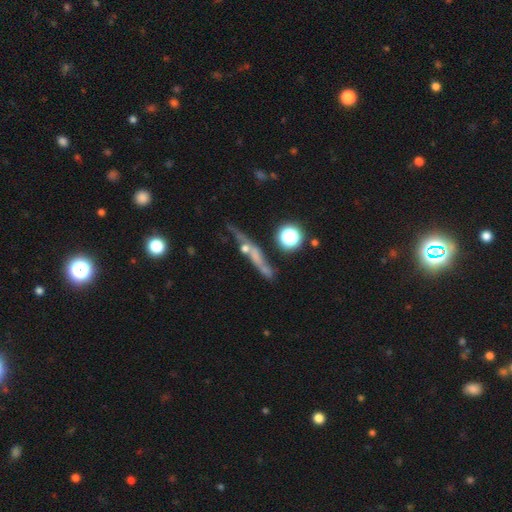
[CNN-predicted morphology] smooth_or_featured: featured or disk (p=0.58) [alt: smooth p=0.25]
disk_edge_on: yes (p=0.81) [alt: no p=0.19]
merging: none (p=0.65) [alt: minor disturbance p=0.16]